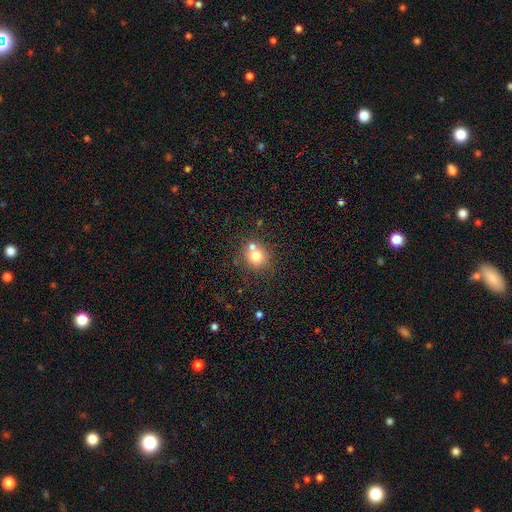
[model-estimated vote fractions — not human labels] Overall: smooth (74%). How rounded: round (88%). Merging: none (61%; merger 28%).